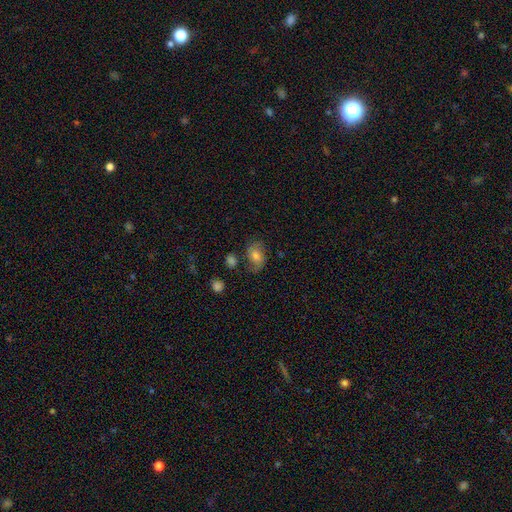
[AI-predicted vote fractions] smooth-or-featured: smooth: 63% | featured or disk: 25% | star or artifact: 11%
  how-rounded: in between: 75% | round: 23% | cigar-shaped: 1%
  merging: none: 64% | minor disturbance: 22% | major disturbance: 9% | merger: 6%